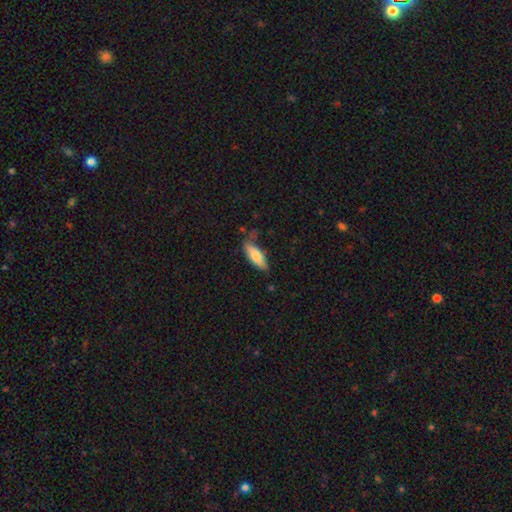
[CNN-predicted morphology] smooth-or-featured: smooth: 75% | featured or disk: 19% | star or artifact: 6%
  how-rounded: in between: 60% | cigar-shaped: 38% | round: 2%
  merging: none: 59% | minor disturbance: 28% | major disturbance: 9% | merger: 4%